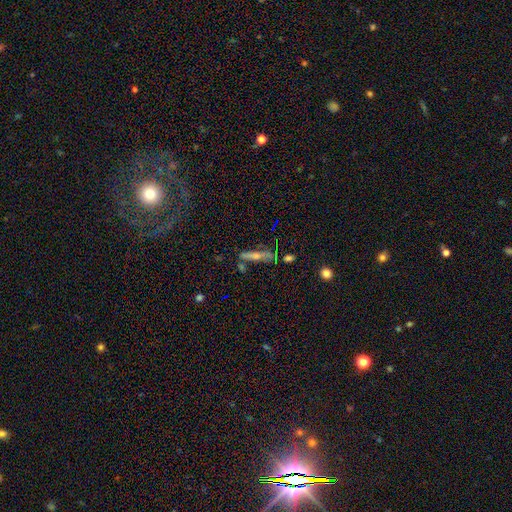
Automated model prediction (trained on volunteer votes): Morphology: type=featured or disk (58%); edge-on=yes (83%); merging=none (68%).